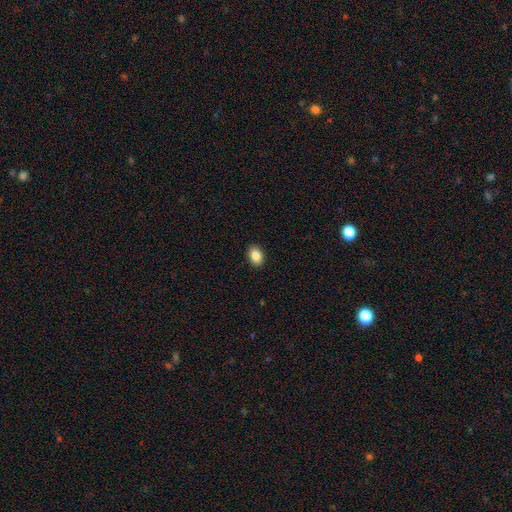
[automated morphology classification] Smooth or featured? Predicted: smooth (p=0.87). How rounded? Predicted: in between (p=0.80). Merging? Predicted: none (p=0.90).